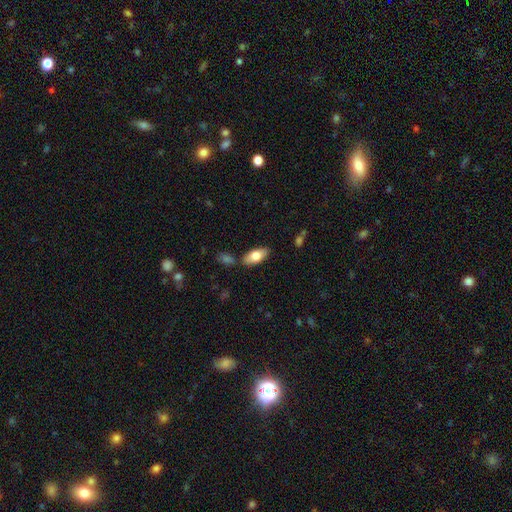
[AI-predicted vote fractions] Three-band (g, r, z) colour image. It shows a smooth galaxy with no disk features (76%) that is in between round and cigar-shaped (88%). Merging: none (79%).